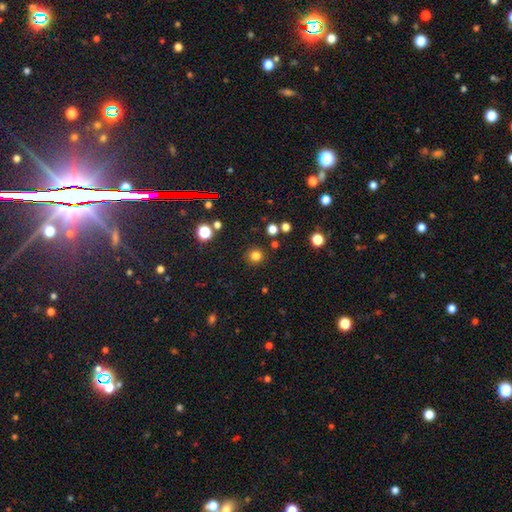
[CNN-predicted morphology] smooth 79%, star or artifact 16%, featured or disk 5%. Down the decision tree: how rounded — round (94%); merging — none (89%).